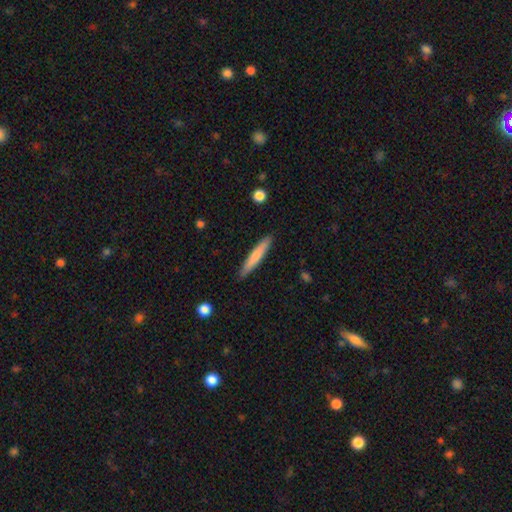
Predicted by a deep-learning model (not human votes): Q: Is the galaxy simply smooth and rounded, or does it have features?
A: smooth — 71%.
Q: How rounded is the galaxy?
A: cigar-shaped — 94%.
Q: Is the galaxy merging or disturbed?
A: none — 89%.